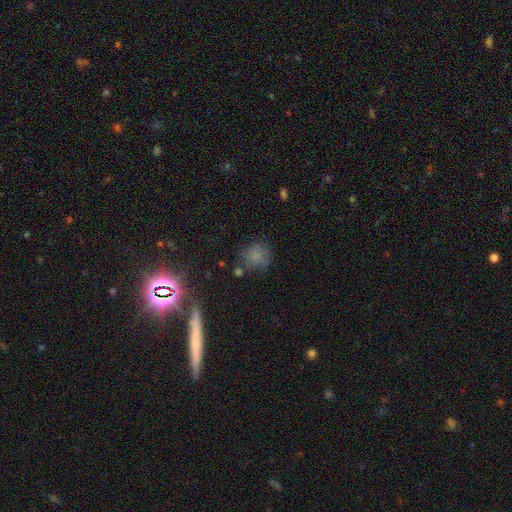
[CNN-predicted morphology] The model was most divided on "merging": none: 67%, minor disturbance: 19%, major disturbance: 7%, merger: 6%. More confident: how rounded — round (86%); smooth or featured — smooth (75%).